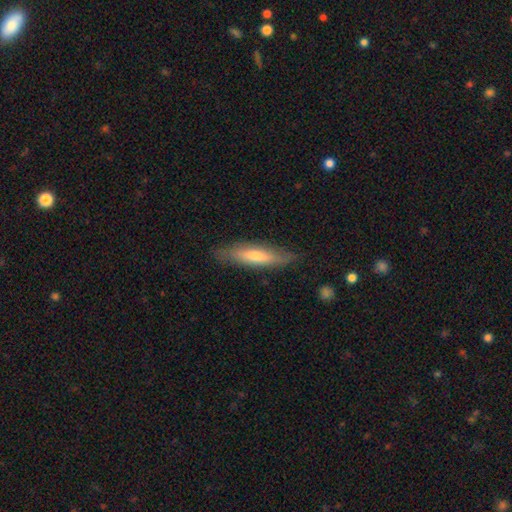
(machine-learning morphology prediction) Q: Smooth or featured?
A: smooth (59%); runner-up: featured or disk (36%)
Q: How rounded?
A: cigar-shaped (76%); runner-up: in between (23%)
Q: Merging?
A: none (83%); runner-up: minor disturbance (13%)